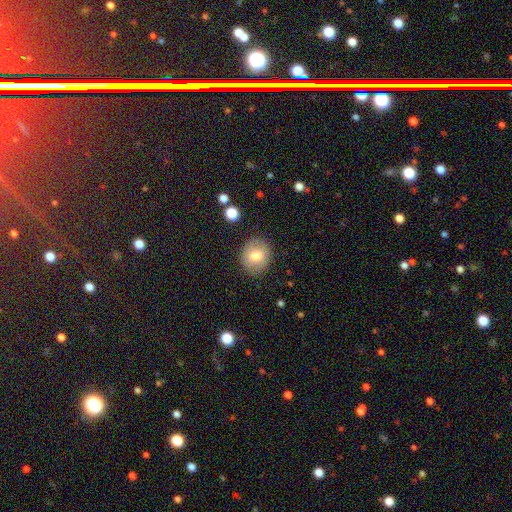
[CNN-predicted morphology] Smooth or featured? smooth (70%)
How rounded? round (70%)
Merging? none (85%)